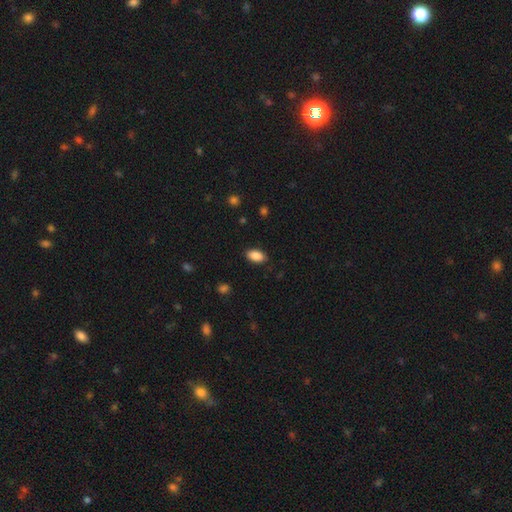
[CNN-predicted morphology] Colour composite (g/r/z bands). It shows a smooth galaxy with no disk features (88%) that is in between round and cigar-shaped (93%). Merging: none (87%).